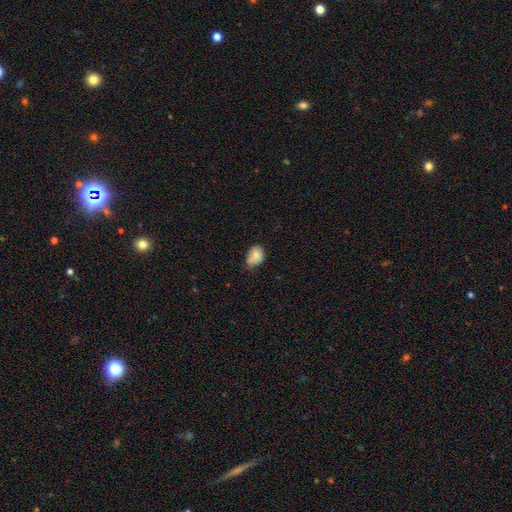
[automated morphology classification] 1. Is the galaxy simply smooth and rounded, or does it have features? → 77% smooth, 14% featured or disk, 9% star or artifact.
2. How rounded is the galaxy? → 69% in between, 30% round, 1% cigar-shaped.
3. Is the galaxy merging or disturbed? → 47% none, 43% minor disturbance, 8% major disturbance, 2% merger.